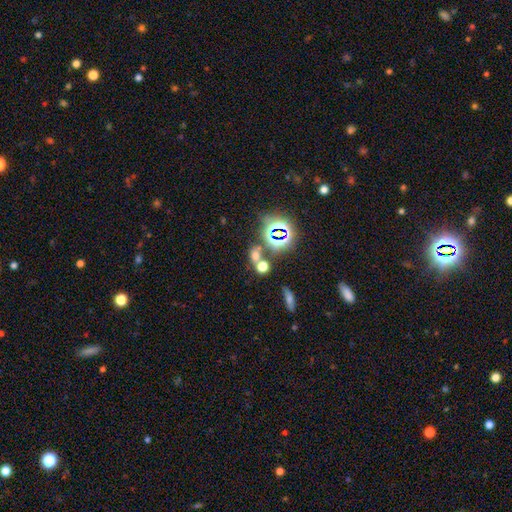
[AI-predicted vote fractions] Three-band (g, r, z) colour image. It shows a smooth galaxy with no disk features (51%) that is round (57%). Merging: none (52%).